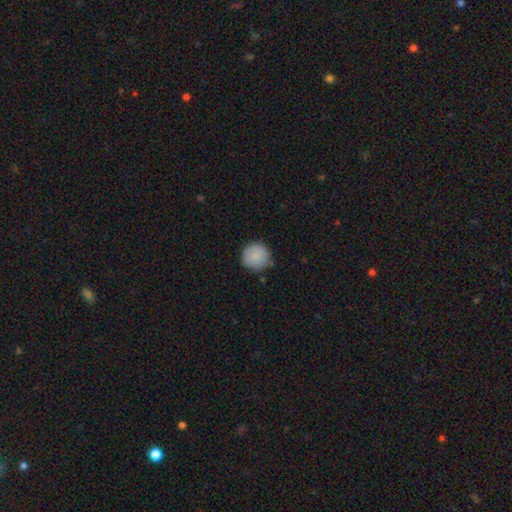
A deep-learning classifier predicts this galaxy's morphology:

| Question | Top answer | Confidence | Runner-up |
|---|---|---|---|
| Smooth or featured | smooth | 87% | star or artifact (7%) |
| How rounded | round | 94% | in between (5%) |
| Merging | none | 82% | minor disturbance (14%) |